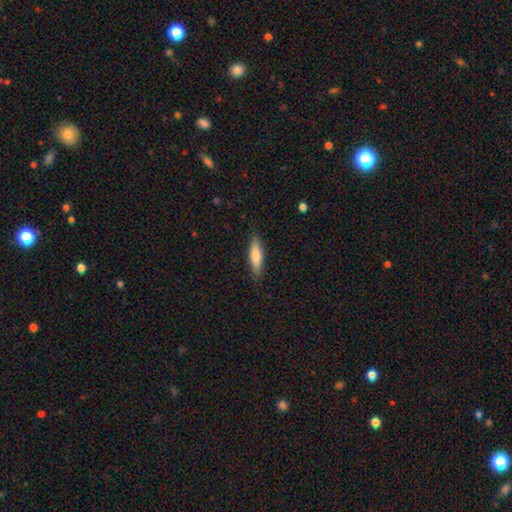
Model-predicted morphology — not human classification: Overall: smooth (79%). How rounded: cigar-shaped (63%; in between 35%). Merging: none (87%).